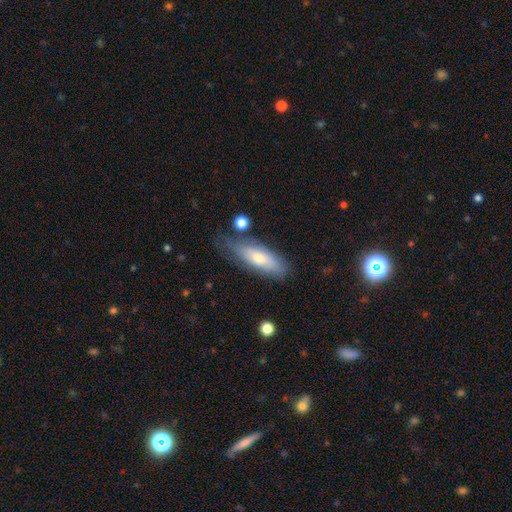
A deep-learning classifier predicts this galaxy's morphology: smooth 55%, featured or disk 34%, star or artifact 11%. Down the decision tree: how rounded — in between (51%); merging — none (74%).